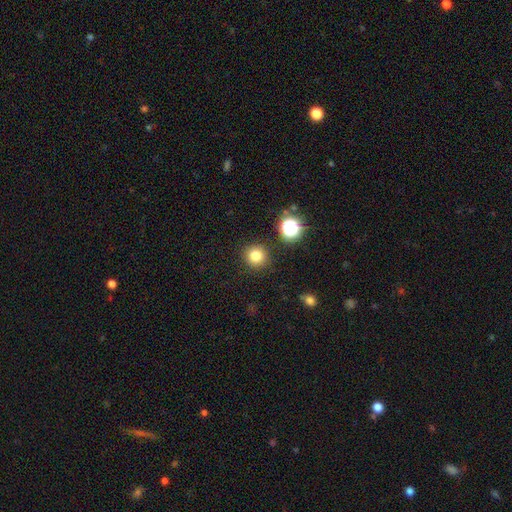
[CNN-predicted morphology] smooth-or-featured: smooth: 78% | star or artifact: 15% | featured or disk: 6%
  how-rounded: round: 94% | in between: 5% | cigar-shaped: 1%
  merging: none: 89% | minor disturbance: 6% | major disturbance: 3% | merger: 2%